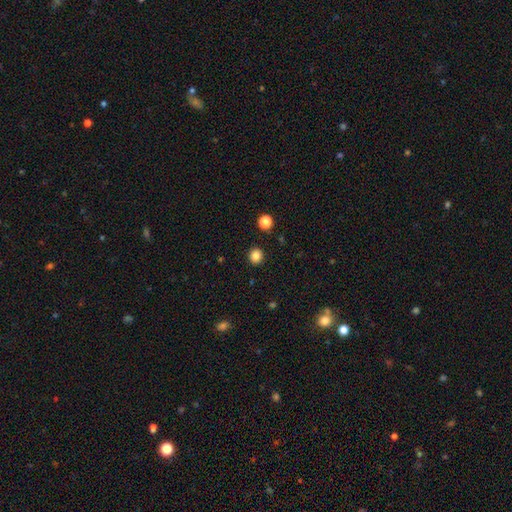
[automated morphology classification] Smooth or featured? Predicted: smooth (p=0.85). How rounded? Predicted: round (p=0.88). Merging? Predicted: none (p=0.92).